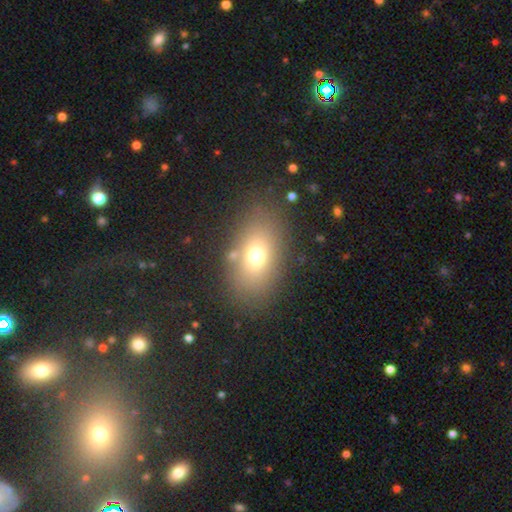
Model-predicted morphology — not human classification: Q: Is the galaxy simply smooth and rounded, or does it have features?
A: smooth — 70%.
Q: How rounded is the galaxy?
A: in between — 78%.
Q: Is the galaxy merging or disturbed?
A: none — 79%.